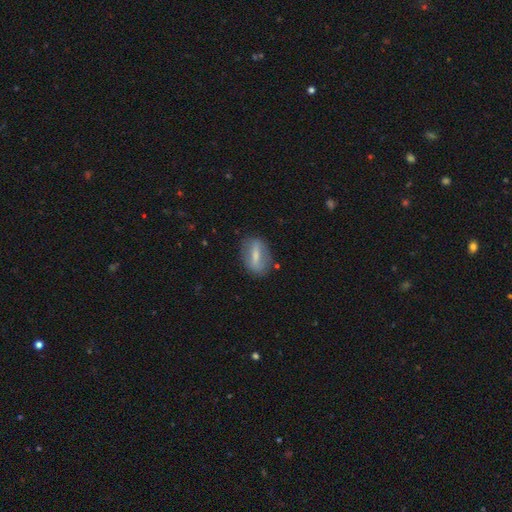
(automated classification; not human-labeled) Smooth or featured? smooth (48%)
Merging? none (76%)